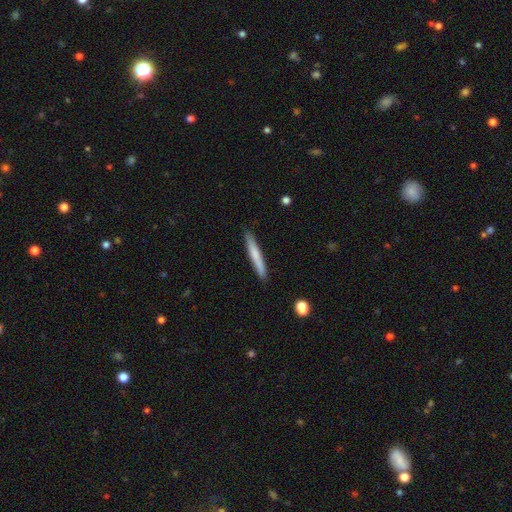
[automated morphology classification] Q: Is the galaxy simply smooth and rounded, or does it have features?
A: smooth — 69%.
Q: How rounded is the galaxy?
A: cigar-shaped — 96%.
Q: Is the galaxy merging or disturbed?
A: none — 89%.